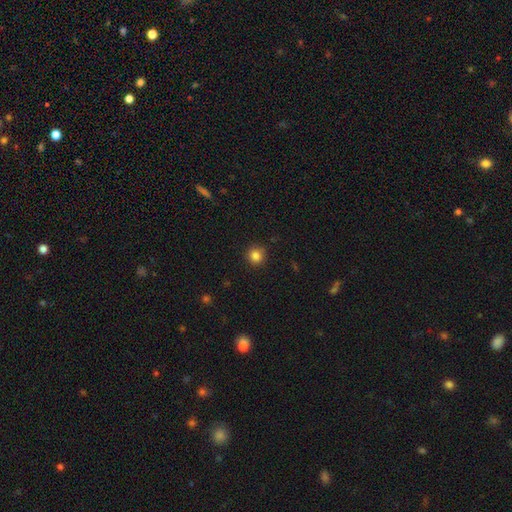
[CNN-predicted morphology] Q: Smooth or featured?
A: smooth (84%); runner-up: star or artifact (11%)
Q: How rounded?
A: round (92%); runner-up: in between (7%)
Q: Merging?
A: none (90%); runner-up: minor disturbance (7%)